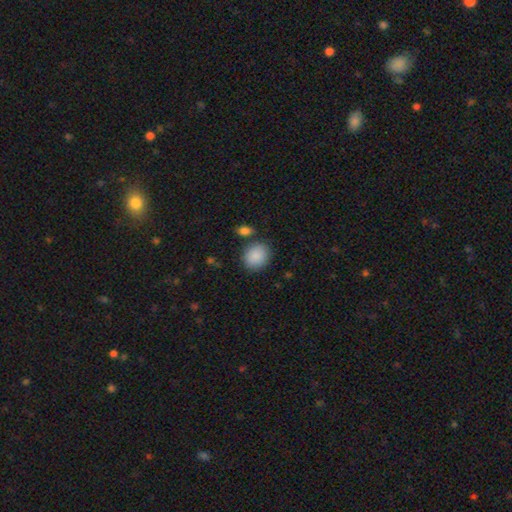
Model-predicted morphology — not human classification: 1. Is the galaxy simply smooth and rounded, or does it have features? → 89% smooth, 7% star or artifact, 4% featured or disk.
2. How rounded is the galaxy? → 71% round, 28% in between, 1% cigar-shaped.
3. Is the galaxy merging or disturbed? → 78% none, 12% minor disturbance, 6% merger, 4% major disturbance.